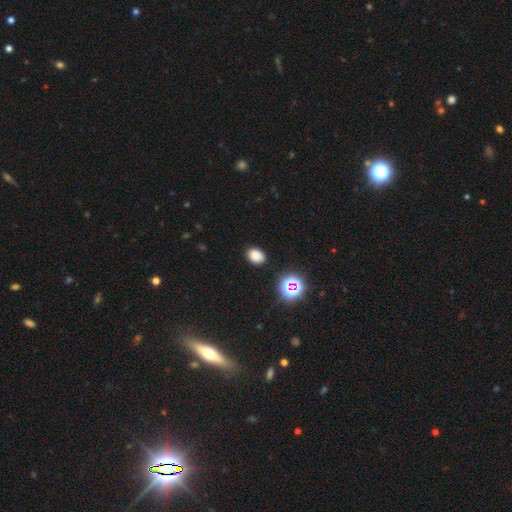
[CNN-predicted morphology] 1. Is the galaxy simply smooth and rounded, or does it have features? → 79% smooth, 16% star or artifact, 4% featured or disk.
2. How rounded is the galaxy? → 69% in between, 30% round, 1% cigar-shaped.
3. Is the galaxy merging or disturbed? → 86% none, 10% minor disturbance, 3% major disturbance, 2% merger.